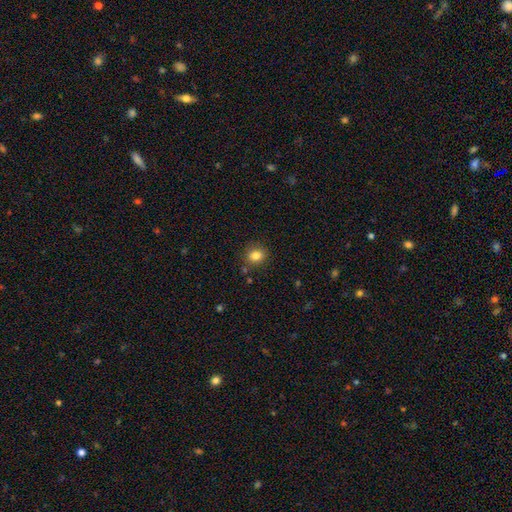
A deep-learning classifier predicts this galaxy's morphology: Smooth or featured? smooth (82%)
How rounded? round (72%)
Merging? none (84%)